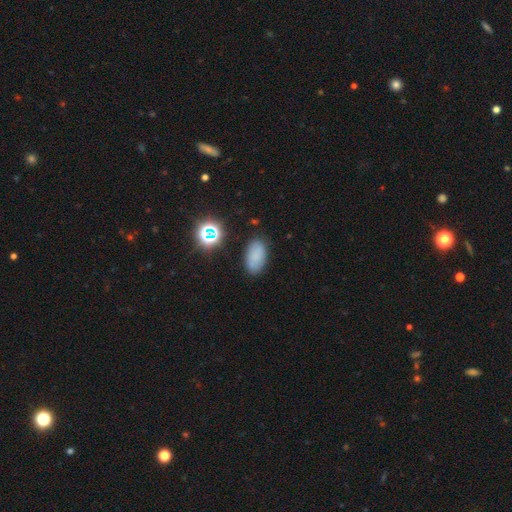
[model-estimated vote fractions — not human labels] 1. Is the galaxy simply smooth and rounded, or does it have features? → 76% smooth, 15% star or artifact, 9% featured or disk.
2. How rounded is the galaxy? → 92% in between, 6% round, 2% cigar-shaped.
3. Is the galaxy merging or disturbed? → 81% none, 13% minor disturbance, 4% major disturbance, 2% merger.